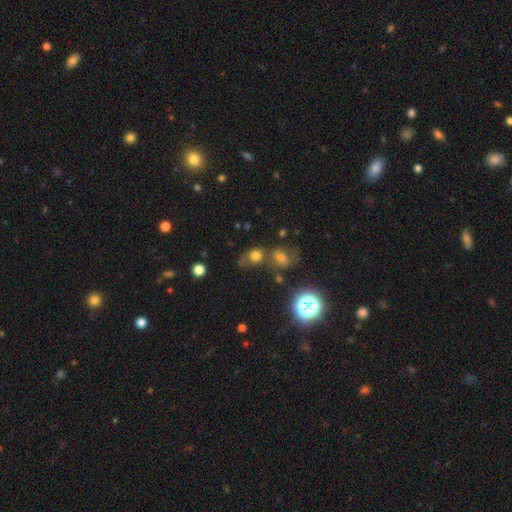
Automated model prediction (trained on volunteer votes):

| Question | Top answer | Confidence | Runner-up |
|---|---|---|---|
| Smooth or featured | smooth | 67% | star or artifact (21%) |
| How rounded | round | 58% | in between (40%) |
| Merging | none | 42% | merger (30%) |